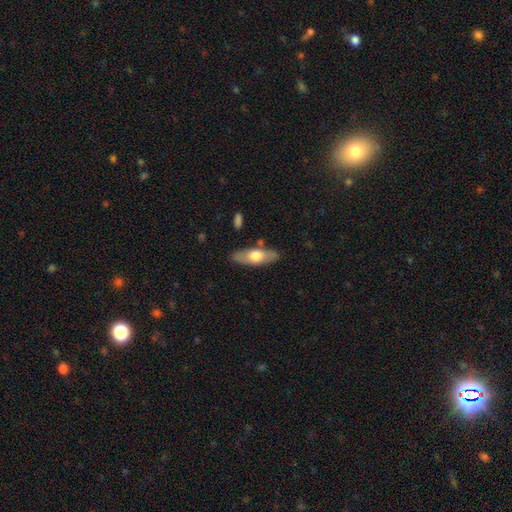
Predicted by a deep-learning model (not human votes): Smooth or featured? smooth (58%)
How rounded? in between (64%)
Merging? none (83%)